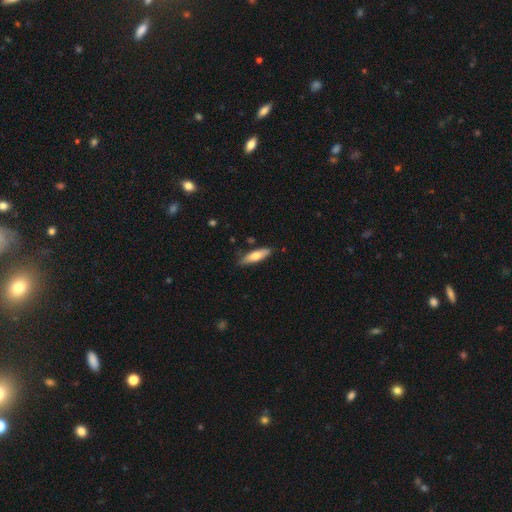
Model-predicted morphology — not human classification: smooth-or-featured: smooth: 68% | featured or disk: 27% | star or artifact: 6%
  how-rounded: cigar-shaped: 58% | in between: 40% | round: 2%
  merging: none: 80% | minor disturbance: 15% | major disturbance: 2% | merger: 2%